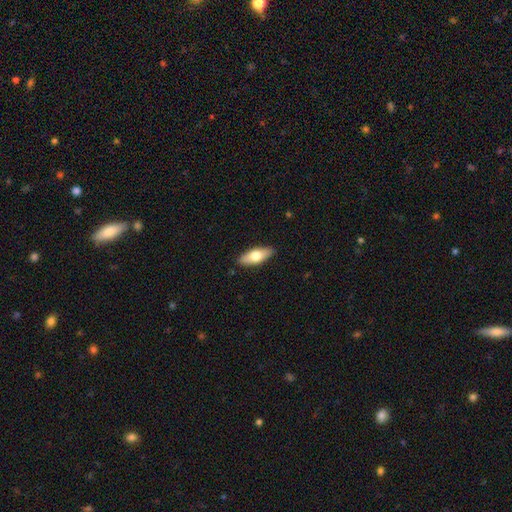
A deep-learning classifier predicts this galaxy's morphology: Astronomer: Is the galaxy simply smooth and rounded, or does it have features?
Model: smooth — 64%.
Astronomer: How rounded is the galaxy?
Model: in between — 72%.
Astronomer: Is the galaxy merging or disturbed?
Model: none — 89%.